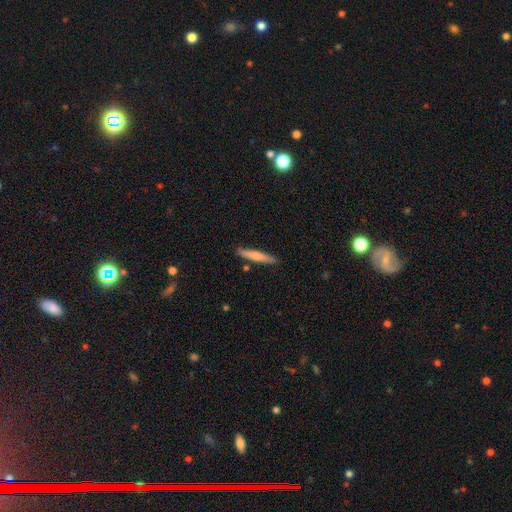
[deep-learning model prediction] smooth-or-featured: smooth: 68% | featured or disk: 27% | star or artifact: 5%
  how-rounded: cigar-shaped: 93% | in between: 6% | round: 1%
  merging: none: 87% | minor disturbance: 9% | merger: 3% | major disturbance: 2%